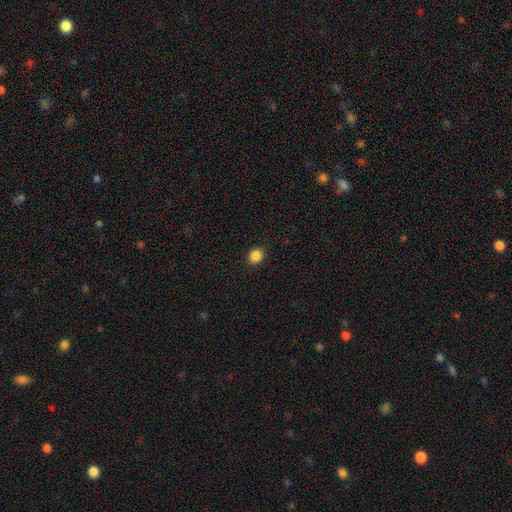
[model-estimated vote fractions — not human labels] This appears to be a smooth galaxy with no disk features (86%) that is round (85%). Merging: none (91%).